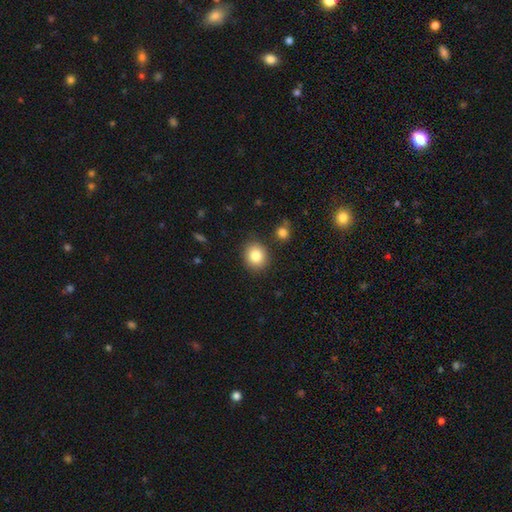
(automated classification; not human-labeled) A smooth galaxy with no disk features (84%) that is round (73%). Merging: none (86%).